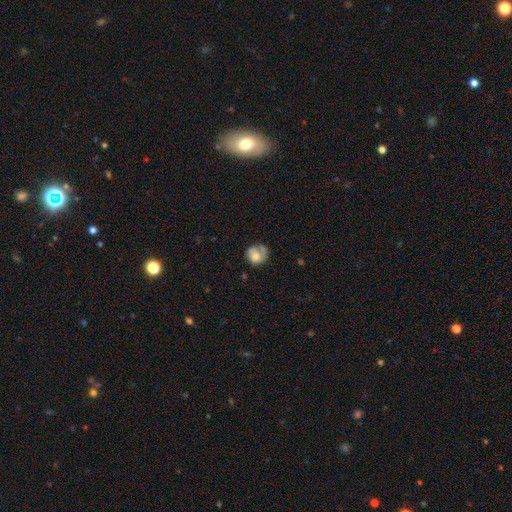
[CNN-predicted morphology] Overall: smooth (57%; featured or disk 35%). How rounded: round (74%). Merging: none (47%; minor disturbance 27%).